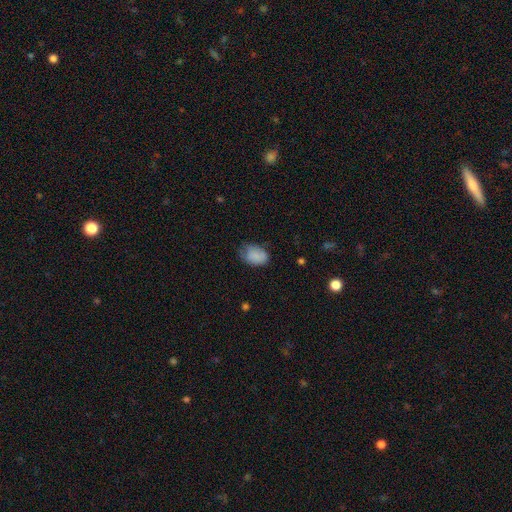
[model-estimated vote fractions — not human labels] Morphology: type=smooth (80%); roundness=in between (80%); merging=none (50%).